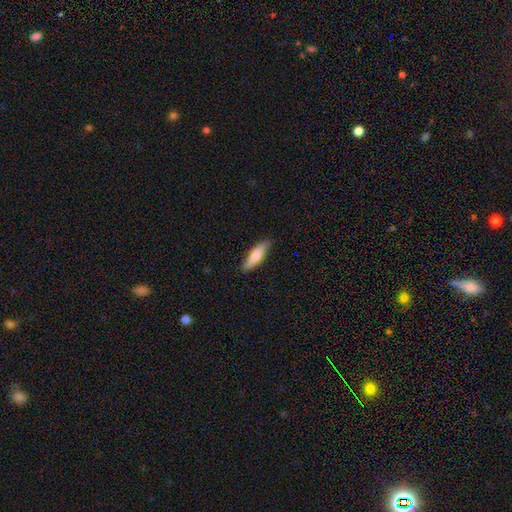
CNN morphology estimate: A smooth galaxy with no disk features (74%) that is cigar-shaped (60%).

Vote fractions:
- Smooth or featured? smooth: 74% / featured or disk: 21% / star or artifact: 5%
- How rounded? cigar-shaped: 60% / in between: 38% / round: 2%
- Merging? none: 82% / minor disturbance: 14% / major disturbance: 2% / merger: 1%